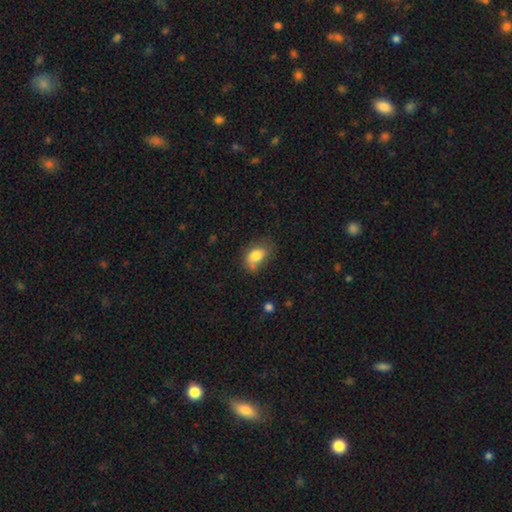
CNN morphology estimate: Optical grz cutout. It shows a smooth galaxy with no disk features (80%) that is in between round and cigar-shaped (81%). Merging: none (54%).